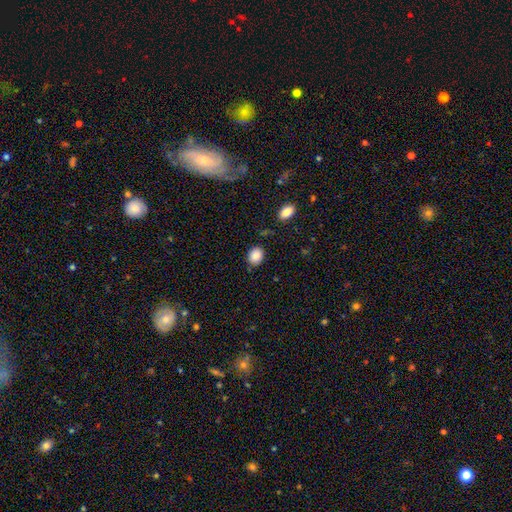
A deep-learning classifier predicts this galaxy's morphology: smooth 88%, star or artifact 8%, featured or disk 4%. Down the decision tree: how rounded — in between (50%); merging — none (80%).